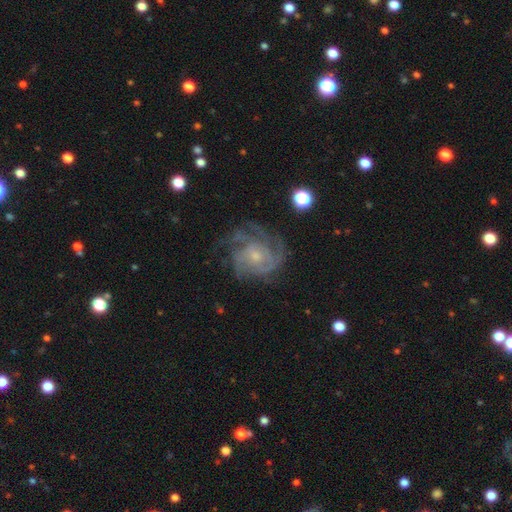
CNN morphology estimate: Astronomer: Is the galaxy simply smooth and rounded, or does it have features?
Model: featured or disk — 83%.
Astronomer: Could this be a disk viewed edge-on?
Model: no — 98%.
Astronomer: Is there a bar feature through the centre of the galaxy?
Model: no — 74%.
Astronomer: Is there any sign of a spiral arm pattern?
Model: yes — 94%.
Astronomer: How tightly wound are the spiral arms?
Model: tight — 58% (runner-up: medium, 34%).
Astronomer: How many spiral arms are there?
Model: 3 — 29%, tied with can't tell at 29%.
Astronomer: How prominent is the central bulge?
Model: small — 58% (runner-up: moderate, 34%).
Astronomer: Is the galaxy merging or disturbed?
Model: none — 65%.